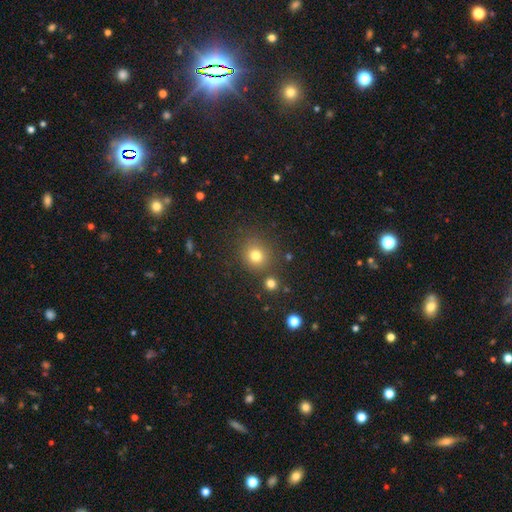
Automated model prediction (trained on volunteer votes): smooth 78%, star or artifact 15%, featured or disk 7%. Down the decision tree: how rounded — round (87%); merging — none (80%).